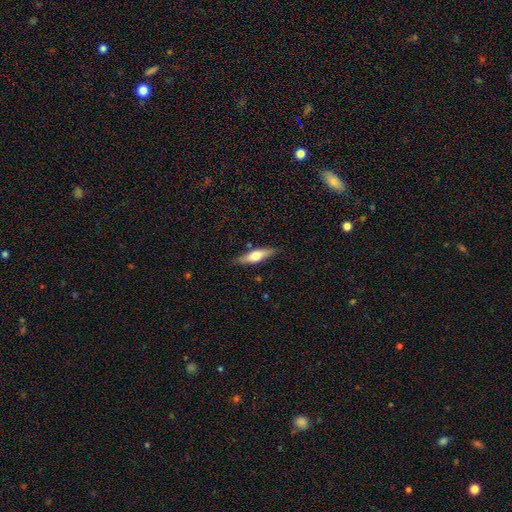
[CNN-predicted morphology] Q: Smooth or featured?
A: smooth (49%); runner-up: featured or disk (45%)
Q: Merging?
A: none (84%); runner-up: minor disturbance (12%)